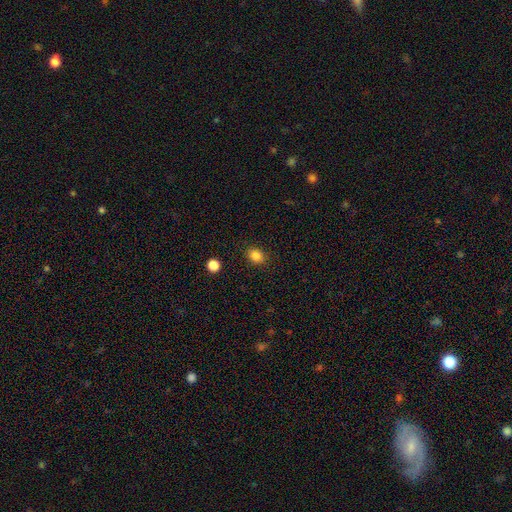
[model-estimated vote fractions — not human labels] Smooth or featured? smooth (84%)
How rounded? round (53%)
Merging? none (87%)